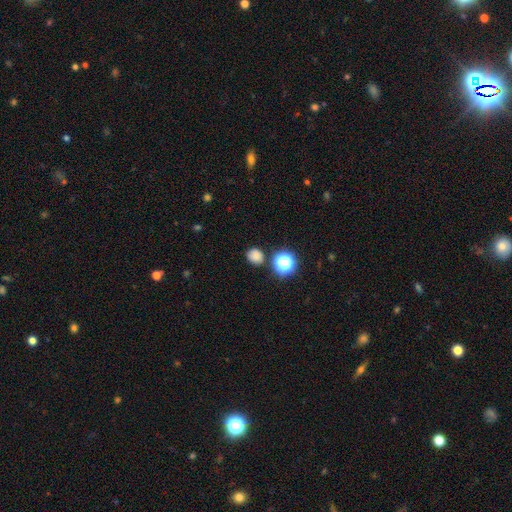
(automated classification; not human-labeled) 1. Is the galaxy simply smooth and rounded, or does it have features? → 77% smooth, 18% star or artifact, 5% featured or disk.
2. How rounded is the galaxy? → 77% round, 22% in between, 1% cigar-shaped.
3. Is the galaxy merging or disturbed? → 81% none, 10% minor disturbance, 5% merger, 3% major disturbance.